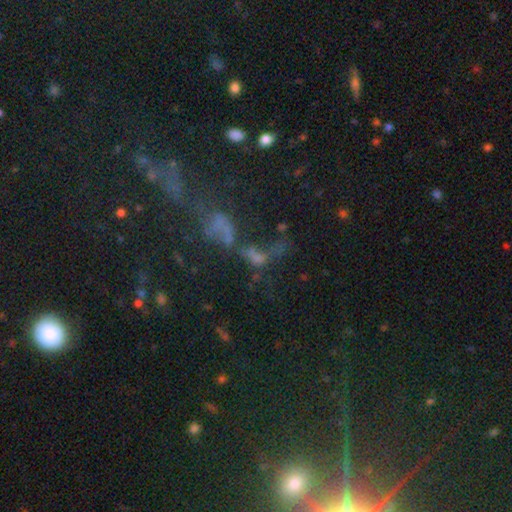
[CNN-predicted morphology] Smooth or featured? Predicted: star or artifact (p=0.41).